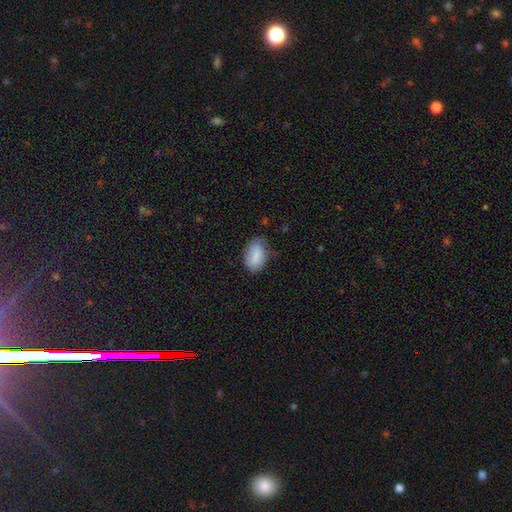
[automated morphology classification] Smooth or featured?
  - smooth: 83% *
  - featured or disk: 10%
  - star or artifact: 7%
How rounded?
  - in between: 90% *
  - round: 9%
  - cigar-shaped: 1%
Merging?
  - none: 63% *
  - minor disturbance: 29%
  - major disturbance: 6%
  - merger: 1%